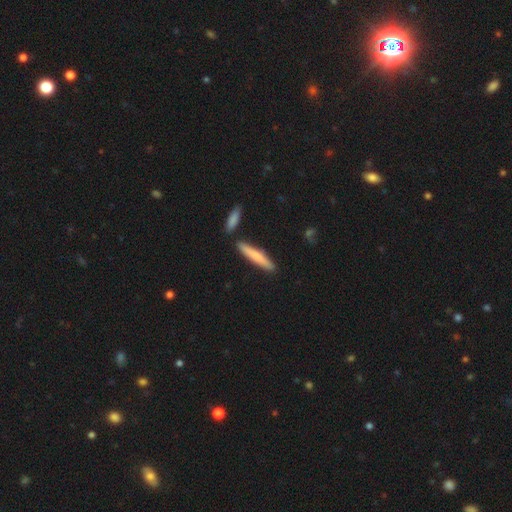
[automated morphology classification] type=smooth (72%); roundness=cigar-shaped (92%); merging=none (83%).